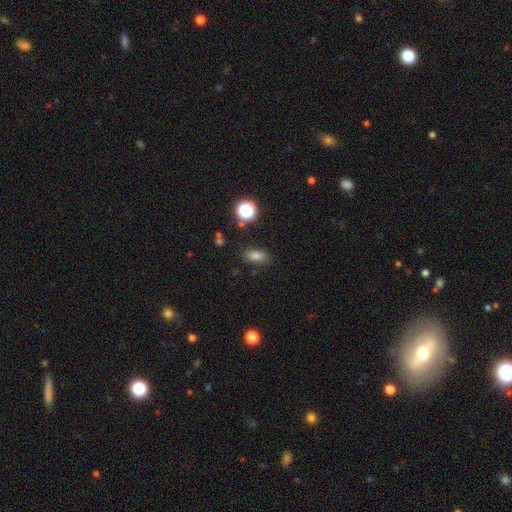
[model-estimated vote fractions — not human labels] smooth_or_featured: smooth (p=0.79) [alt: star or artifact p=0.14]
how_rounded: in between (p=0.82) [alt: round p=0.11]
merging: none (p=0.84) [alt: minor disturbance p=0.11]